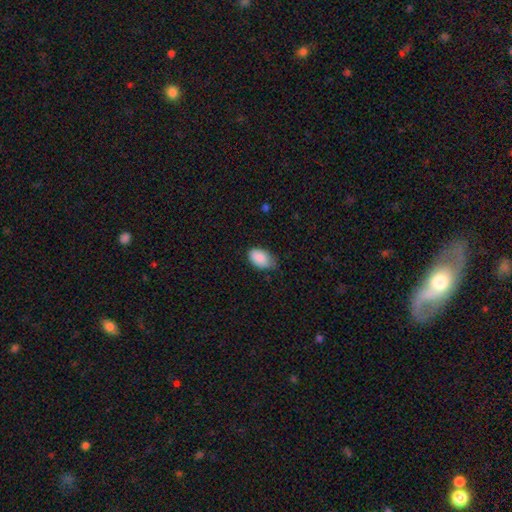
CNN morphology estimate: Smooth or featured?
  - smooth: 84% *
  - star or artifact: 10%
  - featured or disk: 6%
How rounded?
  - in between: 87% *
  - round: 12%
  - cigar-shaped: 1%
Merging?
  - none: 69% *
  - minor disturbance: 25%
  - major disturbance: 5%
  - merger: 1%